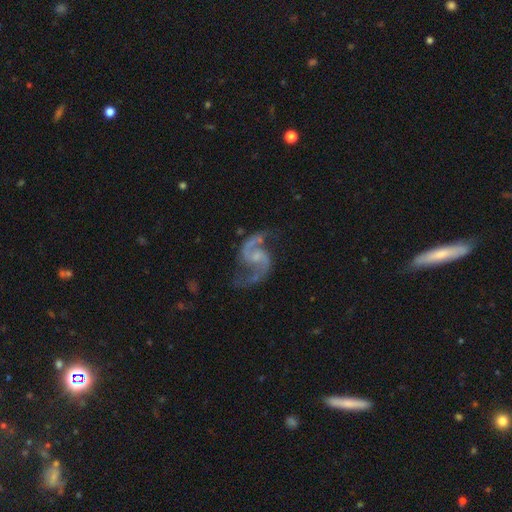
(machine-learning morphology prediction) A featured or disk galaxy (93%) with no bar (50%), 2 (94%) medium (49%) spiral arms (98%) and a small central bulge (49%).

Vote fractions:
- Smooth or featured? featured or disk: 93% / star or artifact: 4% / smooth: 3%
- Edge-on disk? no: 98% / yes: 2%
- Bar? no: 50% / weak: 42% / strong: 9%
- Spiral arms? yes: 98% / no: 2%
- Spiral winding? medium: 49% / loose: 44% / tight: 7%
- Spiral arm count? 2: 94% / can't tell: 1% / 1: 1% / 3: 1% / 4: 1% / more than 4: 1%
- Bulge size? small: 49% / none: 26% / moderate: 22% / large: 2% / dominant: 1%
- Merging? none: 74% / minor disturbance: 15% / major disturbance: 9% / merger: 2%